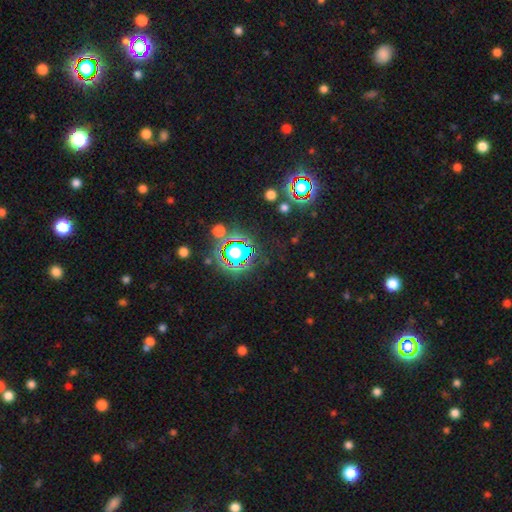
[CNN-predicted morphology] Overall: star or artifact (79%).